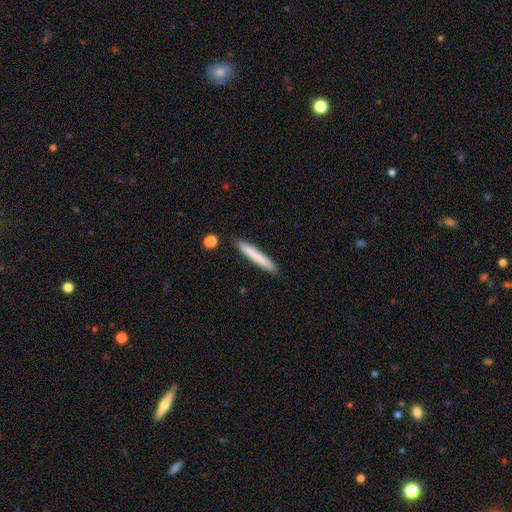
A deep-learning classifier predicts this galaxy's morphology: This is likely a smooth galaxy (75%). How rounded: clearly cigar-shaped (96%). Merging: clearly none (89%).